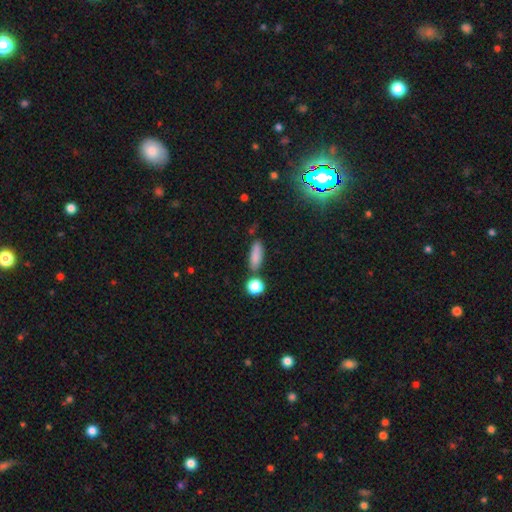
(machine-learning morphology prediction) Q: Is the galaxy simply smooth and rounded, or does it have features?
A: smooth — 82%.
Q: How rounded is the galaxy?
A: in between — 55%.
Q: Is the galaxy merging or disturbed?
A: none — 70%.